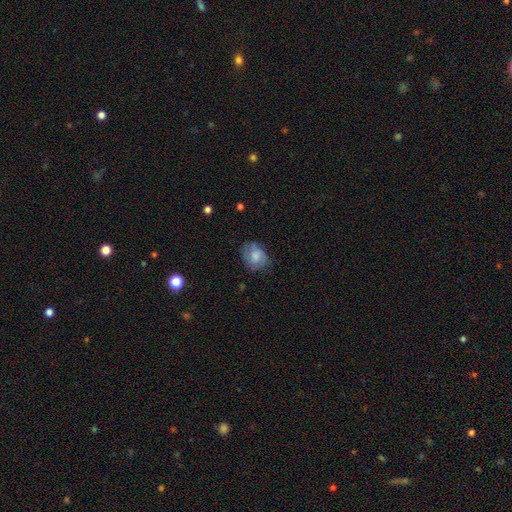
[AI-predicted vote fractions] This appears to be a smooth galaxy with no disk features (71%) that is in between round and cigar-shaped (57%). Merging: none (57%).